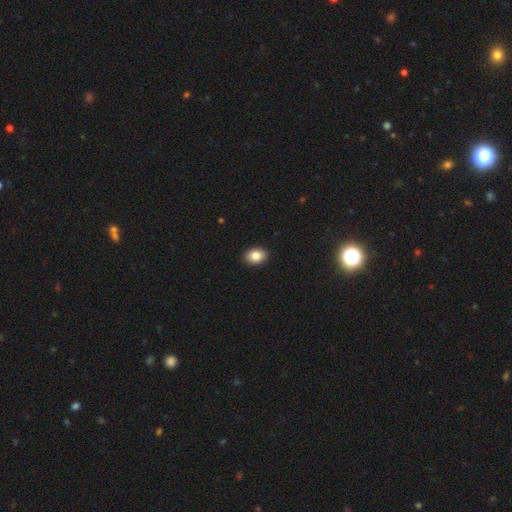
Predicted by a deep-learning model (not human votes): This appears to be a smooth galaxy with no disk features (85%) that is in between round and cigar-shaped (72%). Merging: none (91%).